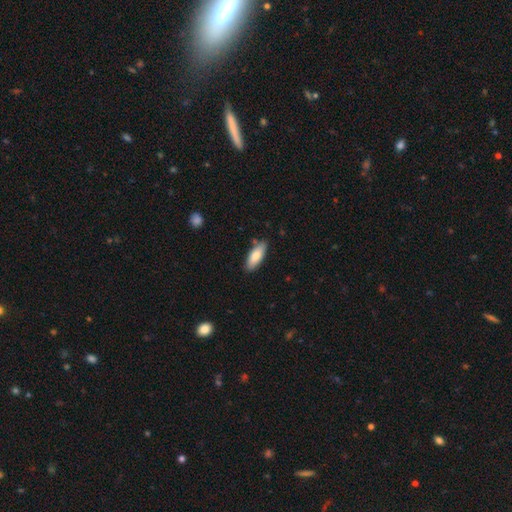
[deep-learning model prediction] Smooth or featured: smooth — 79% (featured or disk — 15%)
How rounded: in between — 69% (cigar-shaped — 29%)
Merging: none — 83% (minor disturbance — 12%)